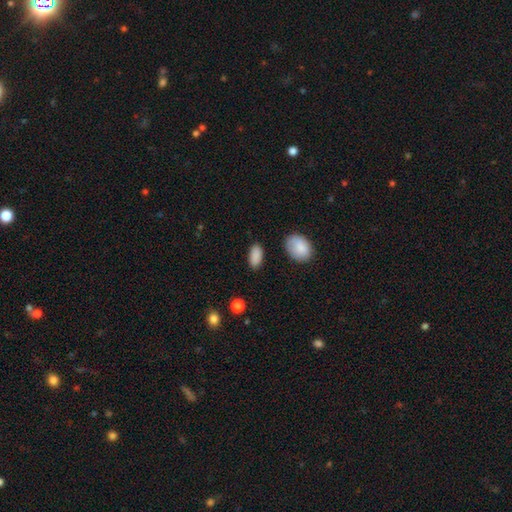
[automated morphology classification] Smooth or featured?
  - smooth: 89% *
  - star or artifact: 7%
  - featured or disk: 4%
How rounded?
  - in between: 92% *
  - cigar-shaped: 5%
  - round: 3%
Merging?
  - none: 85% *
  - minor disturbance: 11%
  - major disturbance: 3%
  - merger: 2%